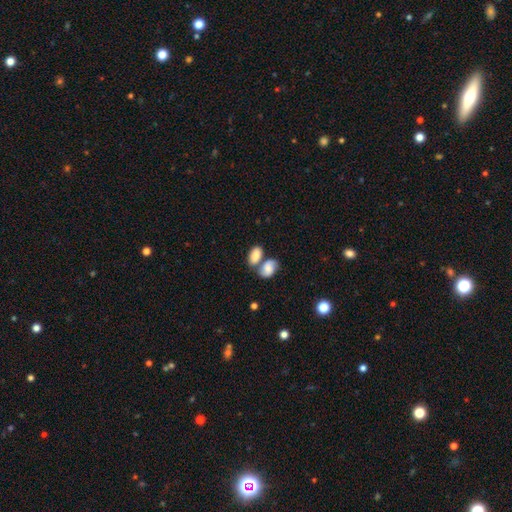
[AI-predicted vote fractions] Morphology: type=smooth (80%); roundness=in between (90%); merging=merger (51%).